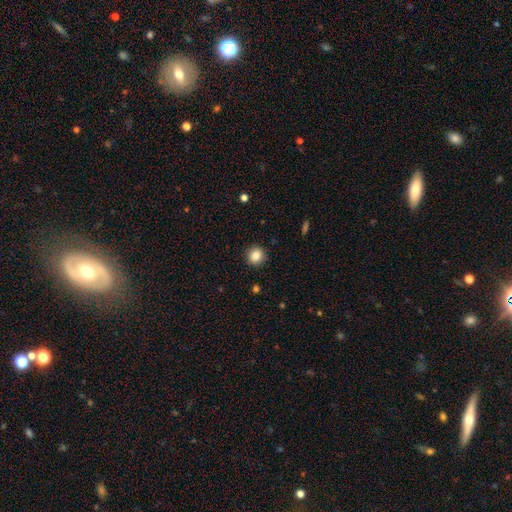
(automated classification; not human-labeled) Smooth or featured? smooth (86%)
How rounded? round (90%)
Merging? none (91%)